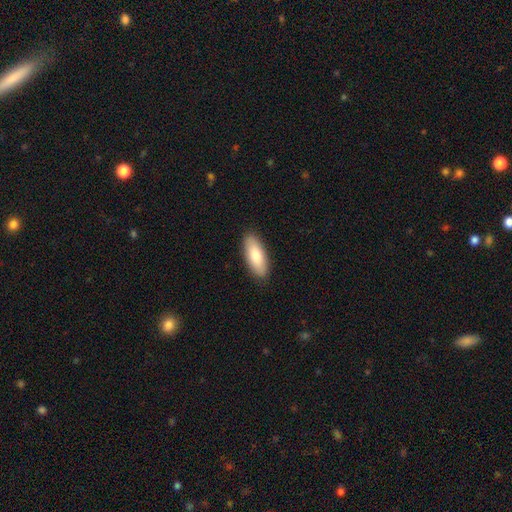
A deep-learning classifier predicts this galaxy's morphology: A smooth galaxy with no disk features (82%) that is in between round and cigar-shaped (74%).

Vote fractions:
- Smooth or featured? smooth: 82% / featured or disk: 12% / star or artifact: 5%
- How rounded? in between: 74% / cigar-shaped: 24% / round: 2%
- Merging? none: 89% / minor disturbance: 8% / major disturbance: 2% / merger: 1%